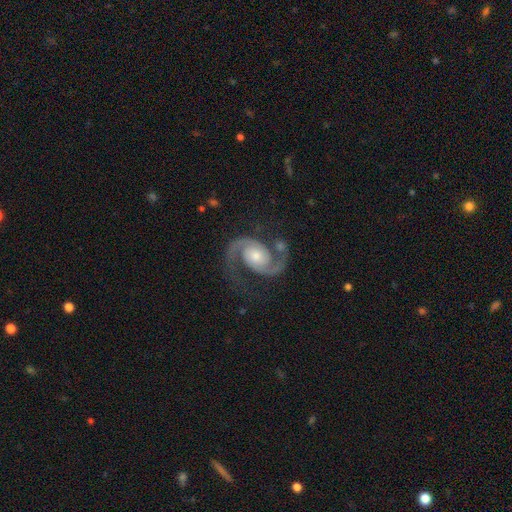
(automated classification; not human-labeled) smooth-or-featured: featured or disk: 93% | star or artifact: 4% | smooth: 3%
  disk-edge-on: no: 98% | yes: 2%
    bar: no: 67% | weak: 25% | strong: 8%
    has-spiral-arms: yes: 99% | no: 1%
      spiral-winding: medium: 62% | tight: 21% | loose: 18%
      spiral-arm-count: 2: 95% | 1: 1% | can't tell: 1% | 3: 1% | 4: 1% | more than 4: 1%
    bulge-size: moderate: 51% | small: 38% | large: 7% | none: 3% | dominant: 1%
  merging: none: 77% | minor disturbance: 14% | major disturbance: 7% | merger: 3%